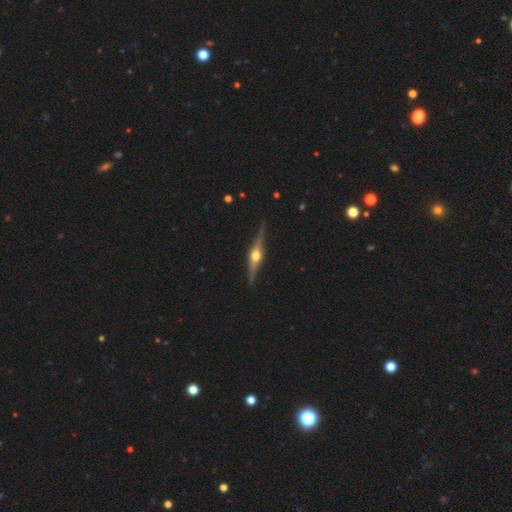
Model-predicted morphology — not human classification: Smooth or featured? Predicted: featured or disk (p=0.81). Edge-on disk? Predicted: yes (p=0.98). Edge-on bulge? Predicted: rounded (p=0.94). Merging? Predicted: none (p=0.88).